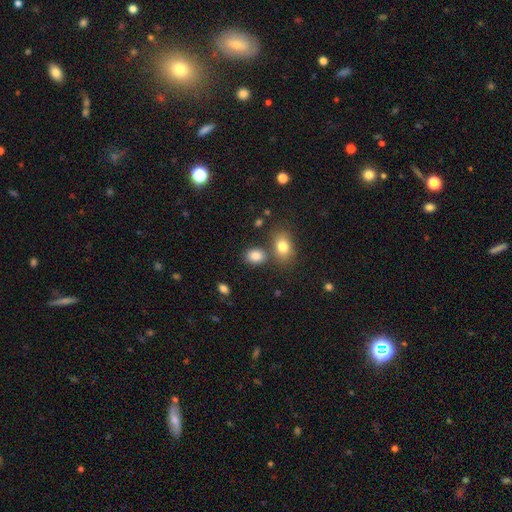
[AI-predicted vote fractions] Overall: smooth (83%). How rounded: in between (60%; round 39%). Merging: none (69%).